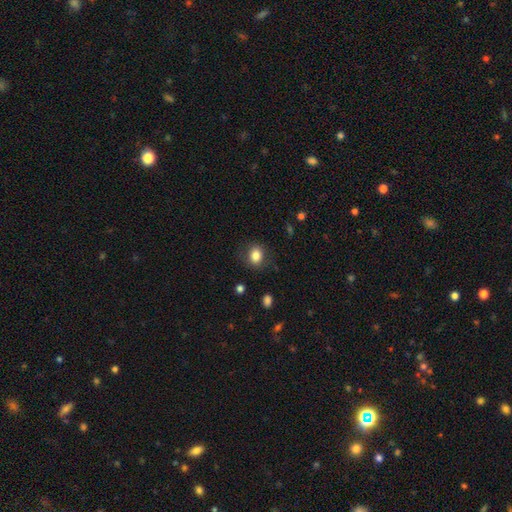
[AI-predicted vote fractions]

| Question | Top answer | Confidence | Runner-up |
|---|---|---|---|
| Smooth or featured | smooth | 84% | star or artifact (10%) |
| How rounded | round | 53% | in between (46%) |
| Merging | none | 83% | minor disturbance (12%) |